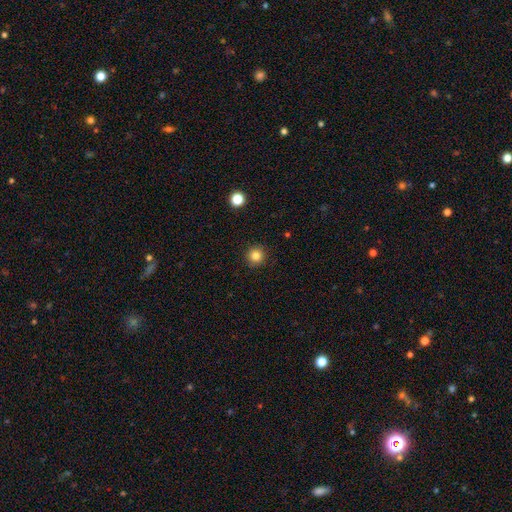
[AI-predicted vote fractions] This appears to be a smooth galaxy with no disk features (83%) that is round (95%). Merging: none (91%).